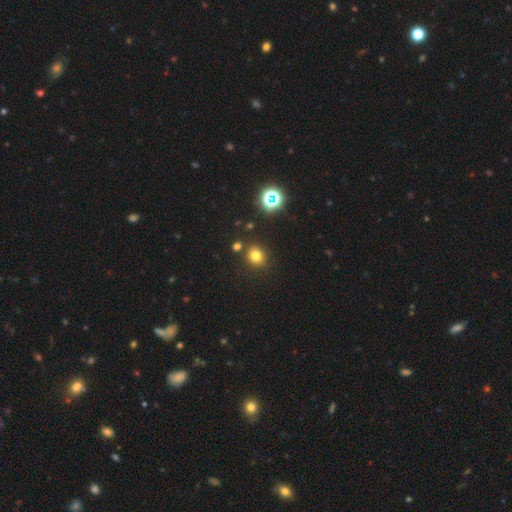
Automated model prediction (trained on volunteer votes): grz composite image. It shows a smooth galaxy with no disk features (75%) that is round (73%). Merging: none (83%).